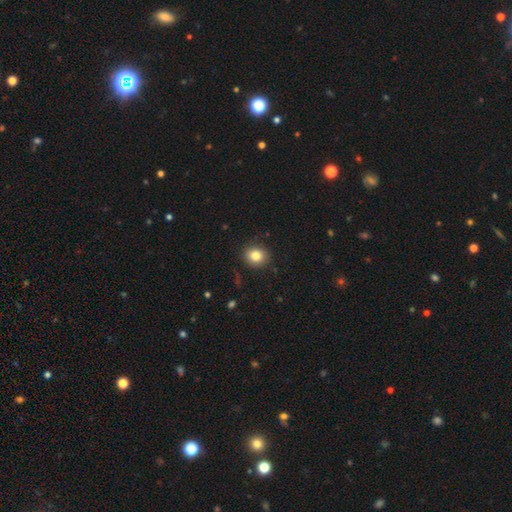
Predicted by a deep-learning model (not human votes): This is clearly a smooth galaxy (83%). How rounded: likely round (75%). Merging: clearly none (89%).